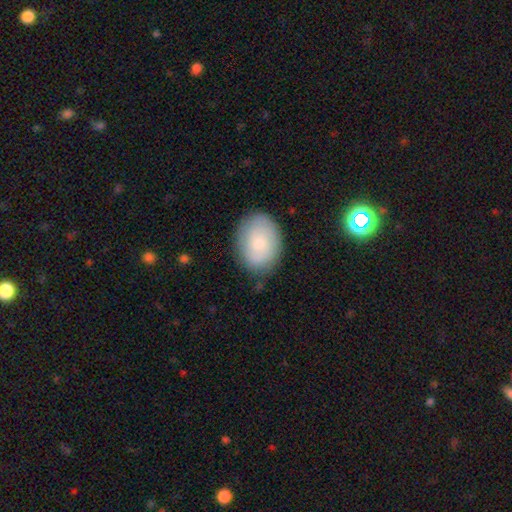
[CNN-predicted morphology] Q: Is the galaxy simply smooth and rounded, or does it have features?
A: smooth — 67%.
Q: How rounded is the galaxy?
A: in between — 68%.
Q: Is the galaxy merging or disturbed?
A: none — 76%.